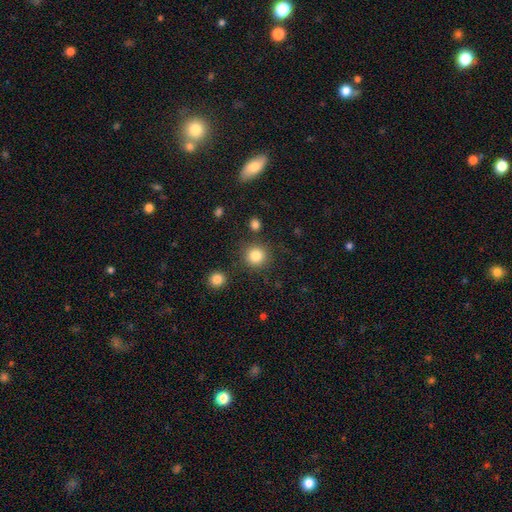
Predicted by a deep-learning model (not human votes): Smooth or featured?
  - smooth: 84% *
  - star or artifact: 11%
  - featured or disk: 5%
How rounded?
  - round: 93% *
  - in between: 6%
  - cigar-shaped: 1%
Merging?
  - none: 86% *
  - minor disturbance: 7%
  - merger: 4%
  - major disturbance: 3%